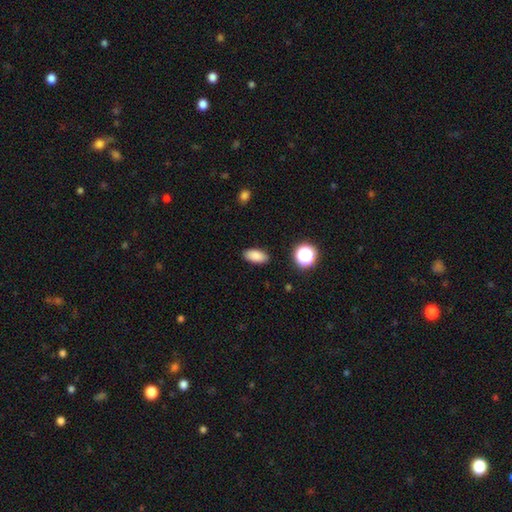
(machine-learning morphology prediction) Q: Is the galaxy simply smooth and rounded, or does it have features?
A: smooth — 85%.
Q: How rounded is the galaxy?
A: in between — 90%.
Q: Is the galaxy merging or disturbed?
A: none — 88%.